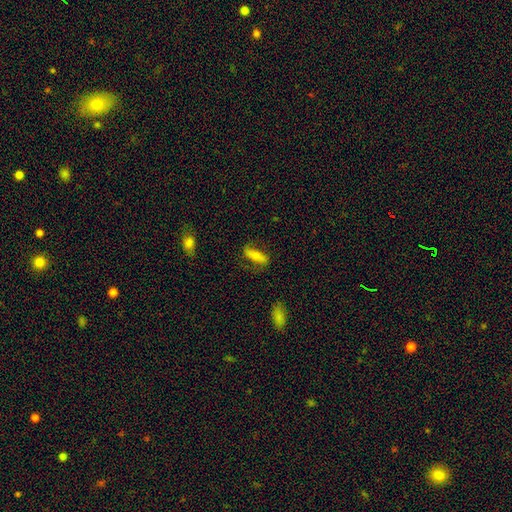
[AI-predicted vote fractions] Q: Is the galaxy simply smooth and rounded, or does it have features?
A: smooth — 58%.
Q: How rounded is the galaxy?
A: in between — 59%.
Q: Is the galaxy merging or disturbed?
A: none — 71%.